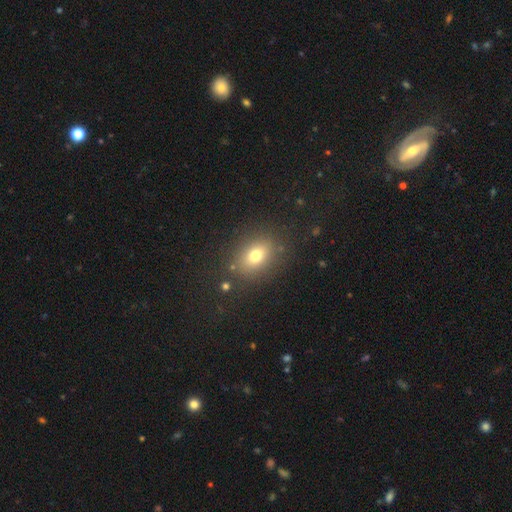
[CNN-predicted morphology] type=smooth (74%); roundness=in between (63%); merging=none (84%).